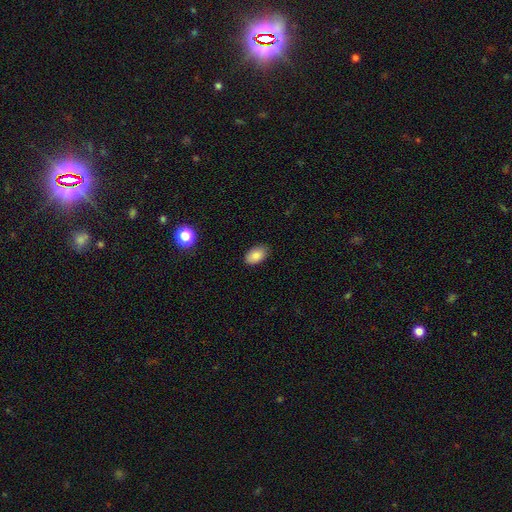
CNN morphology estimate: Q: Smooth or featured?
A: smooth (85%); runner-up: star or artifact (8%)
Q: How rounded?
A: in between (91%); runner-up: round (7%)
Q: Merging?
A: none (84%); runner-up: minor disturbance (13%)